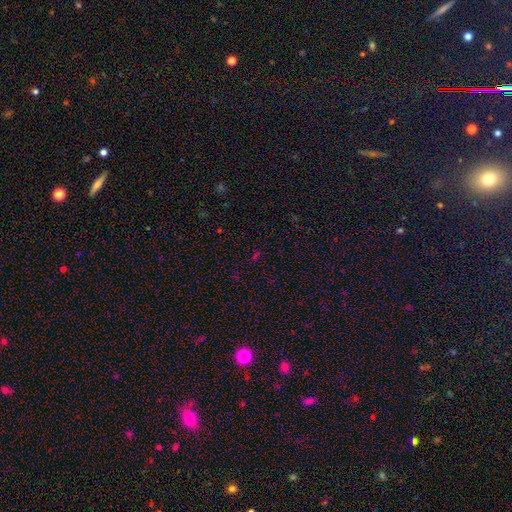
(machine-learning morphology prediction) type=star or artifact (65%).